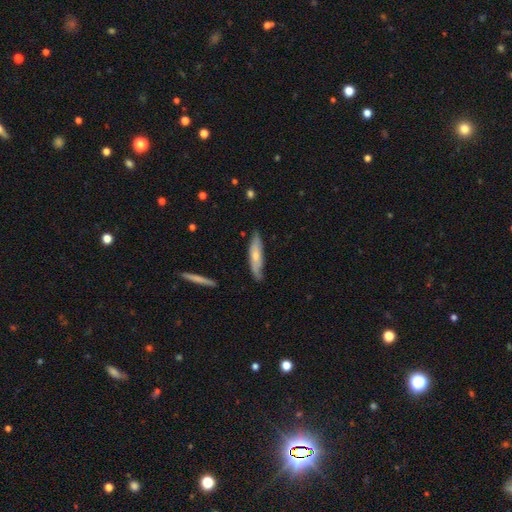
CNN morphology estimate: Smooth or featured: smooth — 55% (featured or disk — 40%)
How rounded: cigar-shaped — 77% (in between — 22%)
Merging: none — 76% (minor disturbance — 19%)